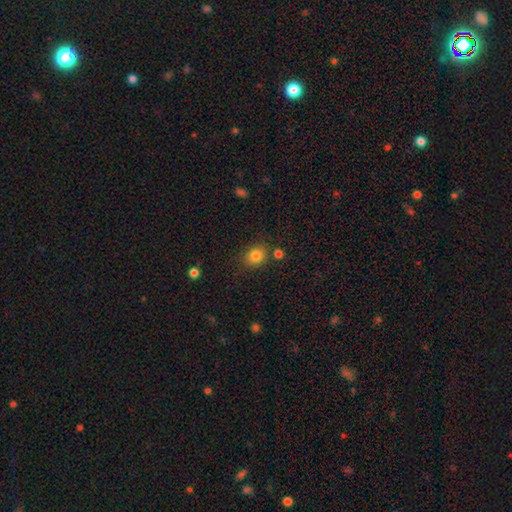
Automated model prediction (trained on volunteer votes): The model was most divided on "how rounded": round: 70%, in between: 29%, cigar-shaped: 1%. More confident: smooth or featured — smooth (83%); merging — none (79%).